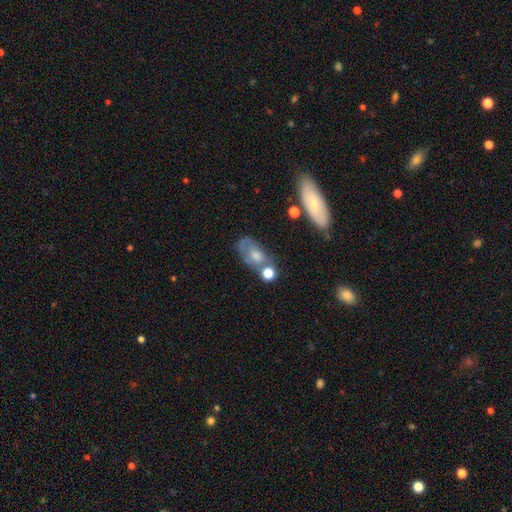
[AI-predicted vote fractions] smooth 51%, featured or disk 39%, star or artifact 10%. Down the decision tree: how rounded — in between (80%); merging — none (42%).